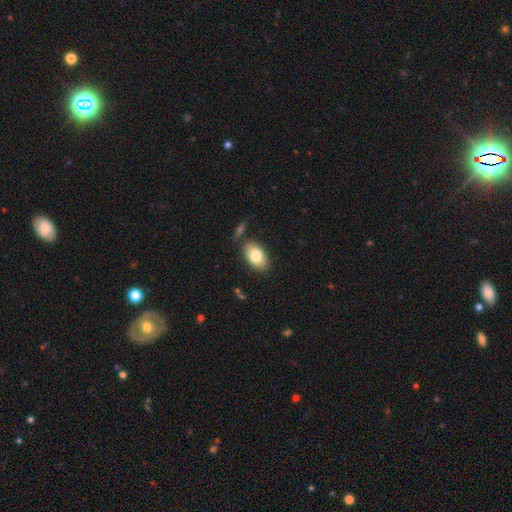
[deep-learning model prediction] smooth 80%, featured or disk 13%, star or artifact 7%. Down the decision tree: how rounded — in between (93%); merging — none (80%).